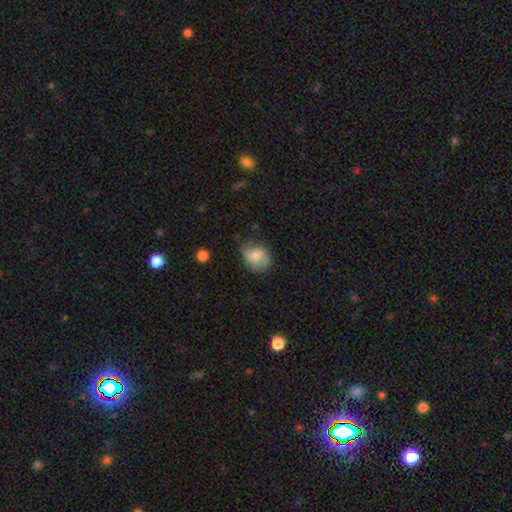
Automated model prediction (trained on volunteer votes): This is likely a smooth galaxy (69%). How rounded: possibly in between (55%). Merging: possibly none (55%).